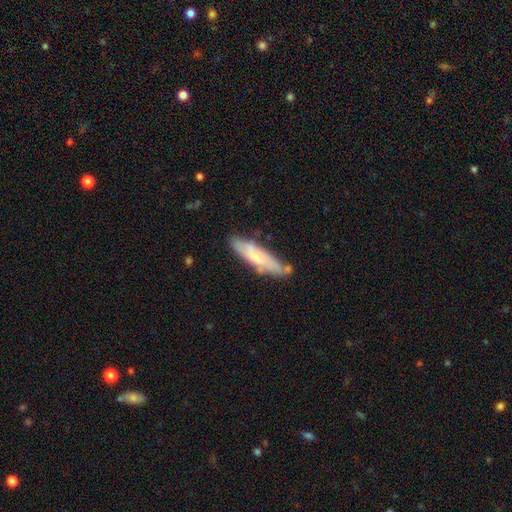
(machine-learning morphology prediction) Smooth or featured? Predicted: smooth (p=0.52). How rounded? Predicted: cigar-shaped (p=0.74). Merging? Predicted: none (p=0.73).